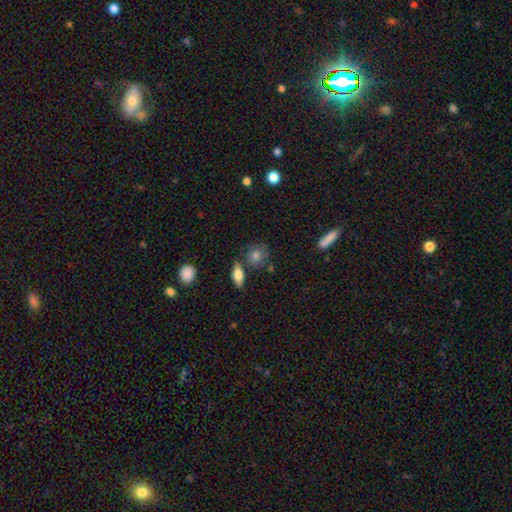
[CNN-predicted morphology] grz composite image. It shows a smooth galaxy with no disk features (80%) that is round (71%). Merging: none (73%).